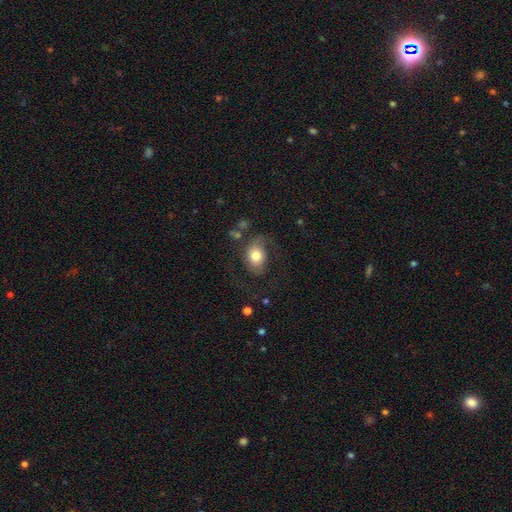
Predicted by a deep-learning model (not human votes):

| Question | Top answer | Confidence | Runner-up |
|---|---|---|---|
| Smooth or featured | smooth | 65% | featured or disk (27%) |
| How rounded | in between | 74% | round (25%) |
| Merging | none | 51% | major disturbance (23%) |